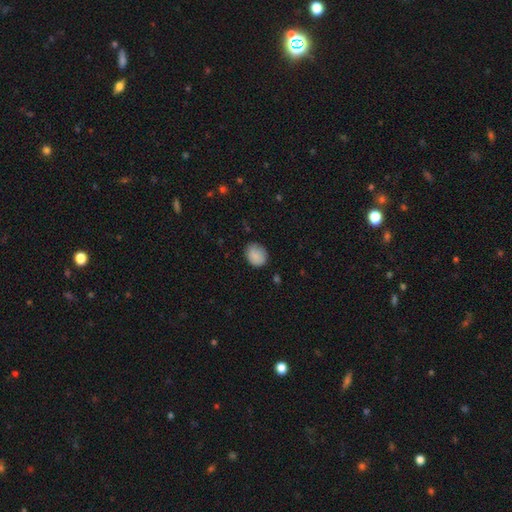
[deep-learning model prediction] Smooth or featured: smooth — 88% (star or artifact — 7%)
How rounded: round — 54% (in between — 45%)
Merging: none — 79% (minor disturbance — 17%)